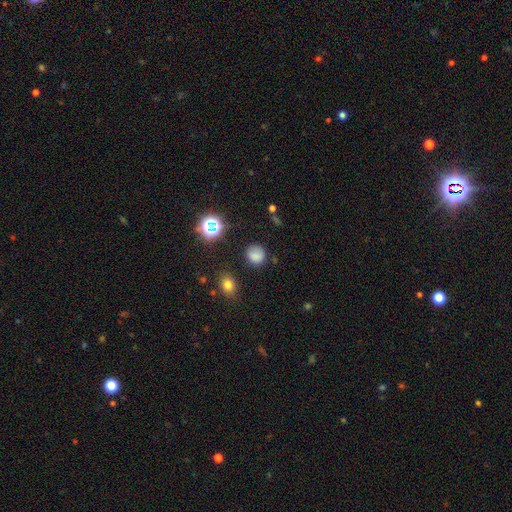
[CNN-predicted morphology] Smooth or featured?
  - smooth: 75% *
  - star or artifact: 18%
  - featured or disk: 7%
How rounded?
  - round: 83% *
  - in between: 16%
  - cigar-shaped: 1%
Merging?
  - none: 79% *
  - minor disturbance: 14%
  - major disturbance: 4%
  - merger: 3%